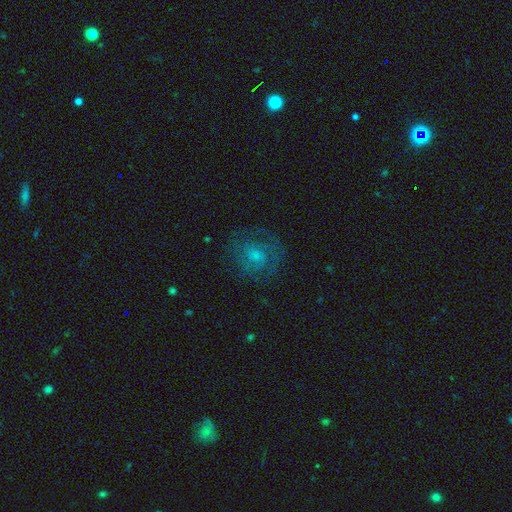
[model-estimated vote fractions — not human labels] Morphology: type=featured or disk (51%); edge-on=no (97%); merging=none (69%).